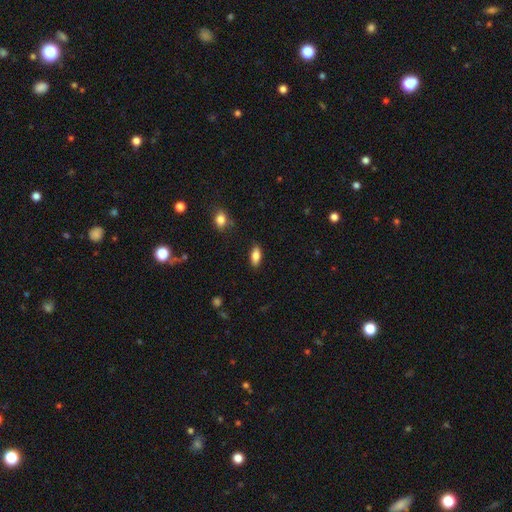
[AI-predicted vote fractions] Overall: smooth (83%). How rounded: in between (85%). Merging: none (86%).